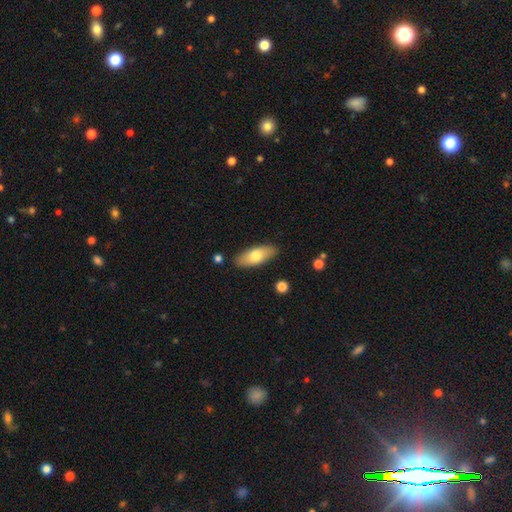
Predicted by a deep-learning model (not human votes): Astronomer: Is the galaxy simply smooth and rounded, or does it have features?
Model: smooth — 72%.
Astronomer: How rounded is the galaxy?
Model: in between — 77%.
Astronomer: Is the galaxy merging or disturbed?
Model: none — 86%.